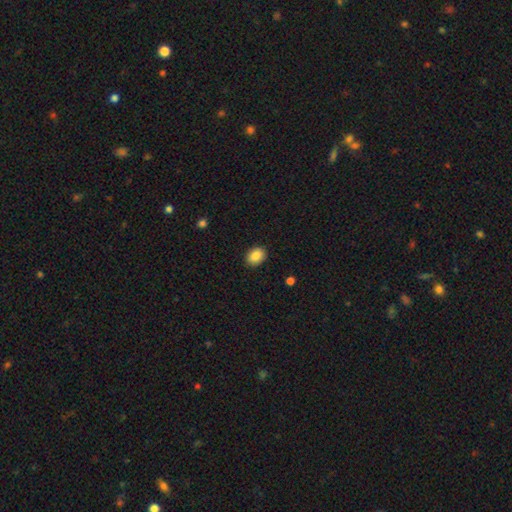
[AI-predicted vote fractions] A smooth galaxy with no disk features (88%) that is in between round and cigar-shaped (67%). Merging: none (90%).